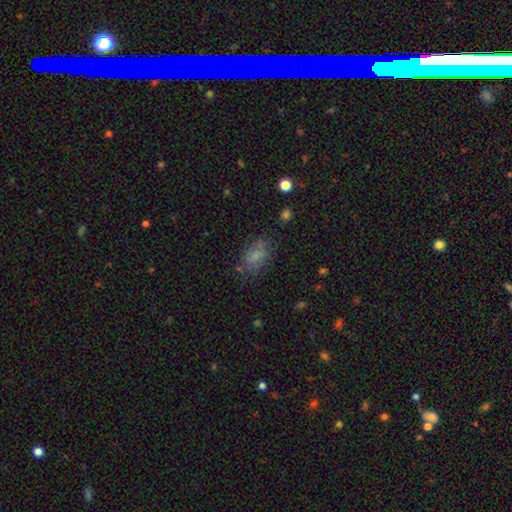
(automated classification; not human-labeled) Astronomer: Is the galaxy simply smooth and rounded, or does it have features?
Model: smooth — 67%.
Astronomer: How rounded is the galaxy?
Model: in between — 86%.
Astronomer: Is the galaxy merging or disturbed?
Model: none — 63%.